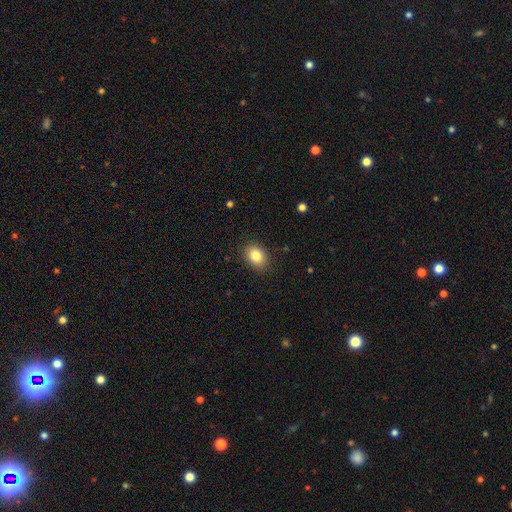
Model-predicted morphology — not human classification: smooth_or_featured: smooth (p=0.84) [alt: star or artifact p=0.09]
how_rounded: in between (p=0.66) [alt: round p=0.33]
merging: none (p=0.87) [alt: minor disturbance p=0.09]